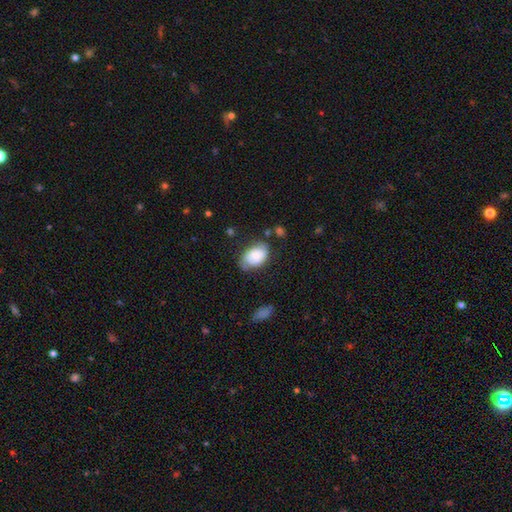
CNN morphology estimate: A smooth galaxy with no disk features (72%) that is in between round and cigar-shaped (88%).

Vote fractions:
- Smooth or featured? smooth: 72% / featured or disk: 21% / star or artifact: 7%
- How rounded? in between: 88% / round: 11% / cigar-shaped: 1%
- Merging? none: 61% / minor disturbance: 27% / major disturbance: 8% / merger: 4%